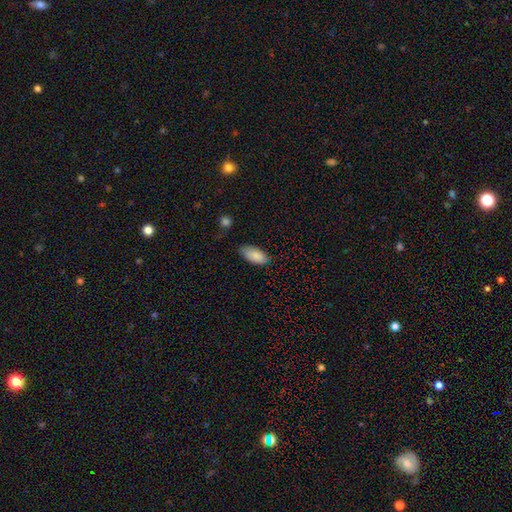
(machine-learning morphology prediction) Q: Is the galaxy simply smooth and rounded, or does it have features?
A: smooth — 88%.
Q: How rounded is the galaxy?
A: in between — 93%.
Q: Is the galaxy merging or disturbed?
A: none — 75%.